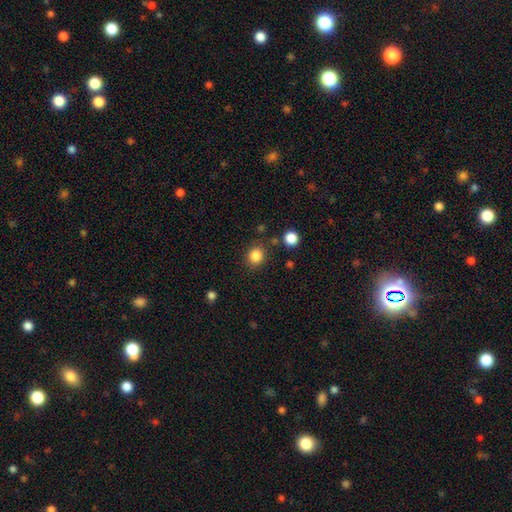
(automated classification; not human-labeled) This appears to be a smooth galaxy with no disk features (85%) that is round (79%). Merging: none (84%).